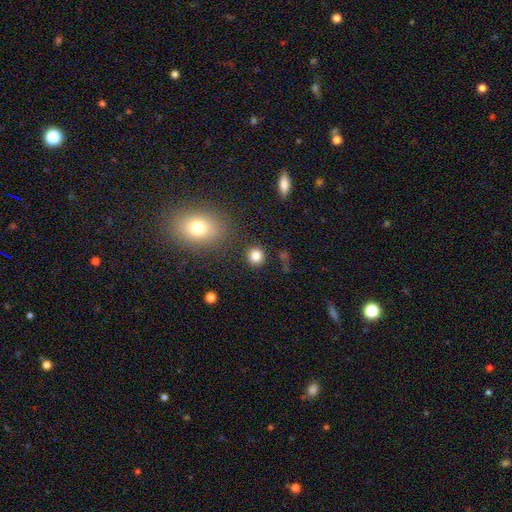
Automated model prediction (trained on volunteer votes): smooth-or-featured: smooth: 83% | star or artifact: 12% | featured or disk: 5%
  how-rounded: round: 91% | in between: 8% | cigar-shaped: 1%
  merging: none: 87% | minor disturbance: 7% | major disturbance: 3% | merger: 3%